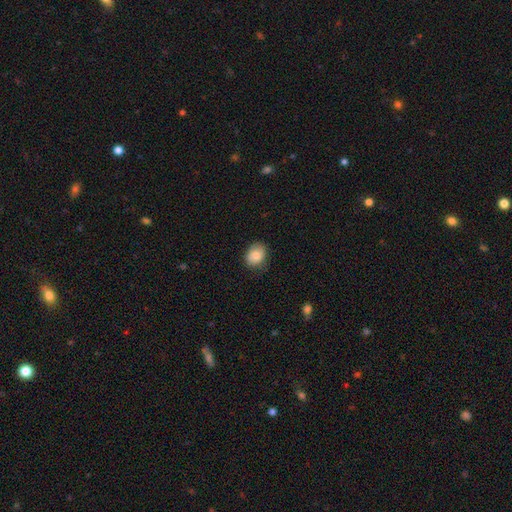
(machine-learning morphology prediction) Smooth or featured?
  - smooth: 86% *
  - star or artifact: 7%
  - featured or disk: 7%
How rounded?
  - in between: 57% *
  - round: 42%
  - cigar-shaped: 1%
Merging?
  - none: 75% *
  - minor disturbance: 20%
  - major disturbance: 4%
  - merger: 1%